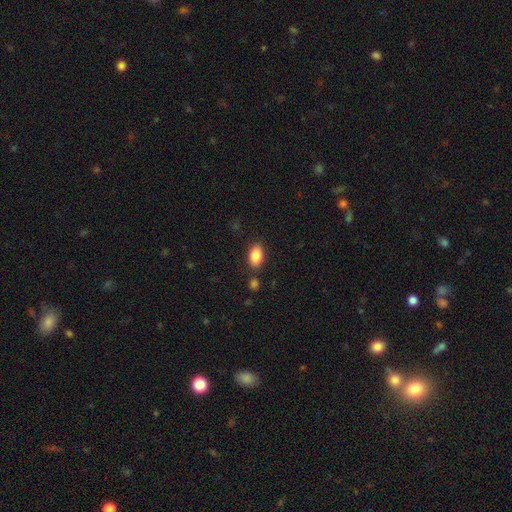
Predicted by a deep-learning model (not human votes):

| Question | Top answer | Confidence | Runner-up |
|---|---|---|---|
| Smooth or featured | smooth | 86% | star or artifact (7%) |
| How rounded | in between | 90% | round (8%) |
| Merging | none | 81% | minor disturbance (11%) |